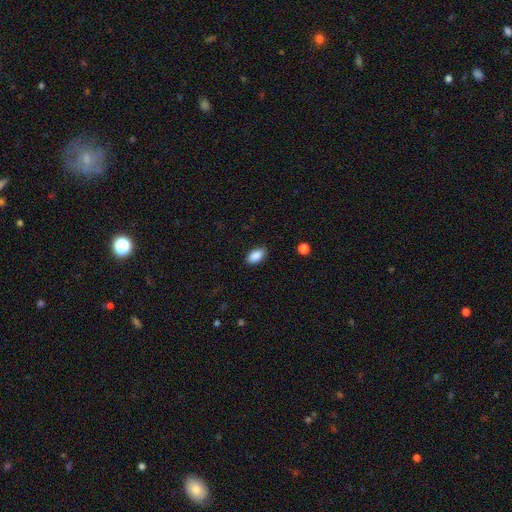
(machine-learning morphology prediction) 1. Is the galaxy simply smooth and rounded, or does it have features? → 89% smooth, 7% star or artifact, 4% featured or disk.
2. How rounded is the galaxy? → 93% in between, 5% round, 3% cigar-shaped.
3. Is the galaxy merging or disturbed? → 84% none, 12% minor disturbance, 2% major disturbance, 1% merger.